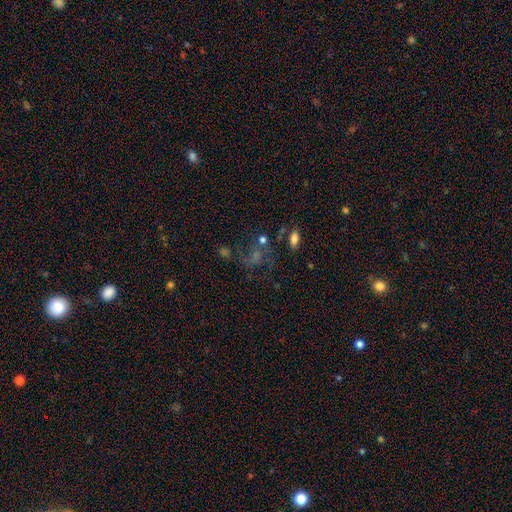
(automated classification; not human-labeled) This is marginally a star or artifact rather than a galaxy (43%).